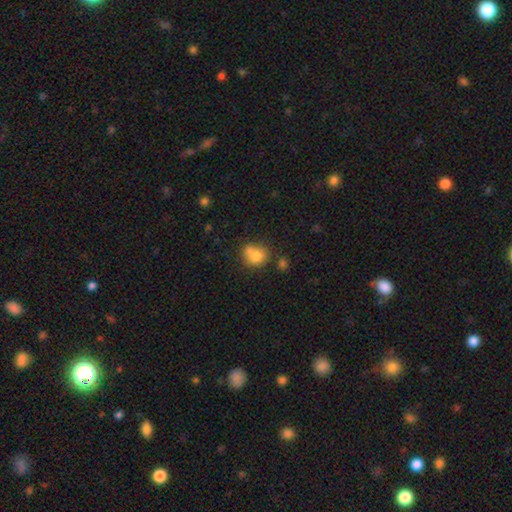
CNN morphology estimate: A smooth galaxy with no disk features (76%) that is round (64%). Merging: none (42%).